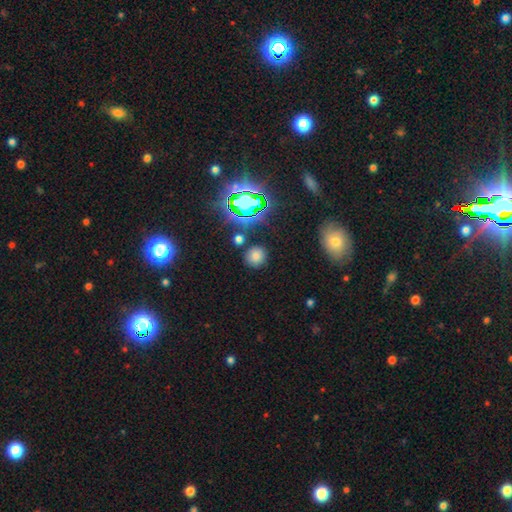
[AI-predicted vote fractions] Q: Smooth or featured?
A: smooth (69%); runner-up: star or artifact (23%)
Q: How rounded?
A: round (90%); runner-up: in between (9%)
Q: Merging?
A: none (85%); runner-up: minor disturbance (8%)